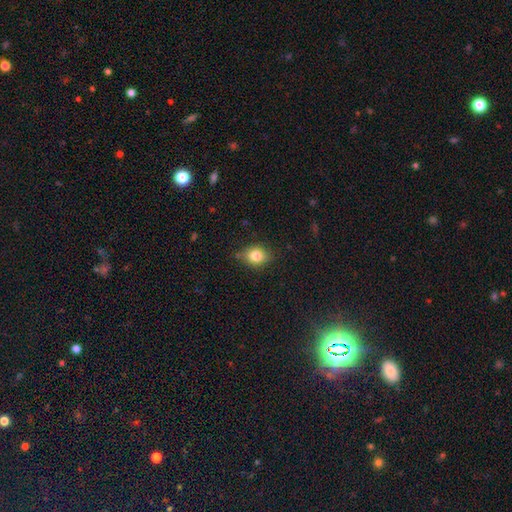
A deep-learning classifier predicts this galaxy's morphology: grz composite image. It shows a smooth galaxy with no disk features (82%) that is round (57%). Merging: none (77%).